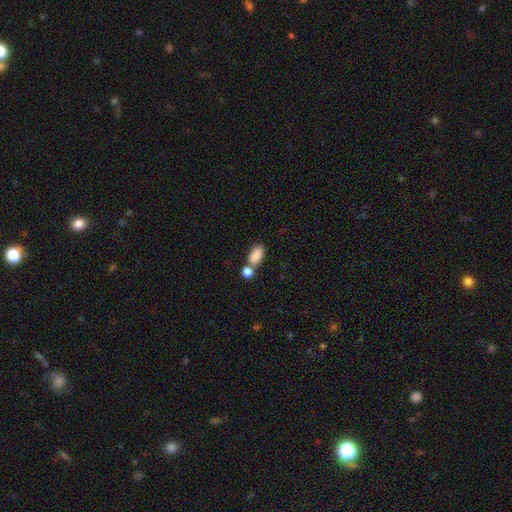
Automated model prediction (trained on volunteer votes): This is clearly a smooth galaxy (87%). How rounded: clearly in between (91%). Merging: possibly none (51%).